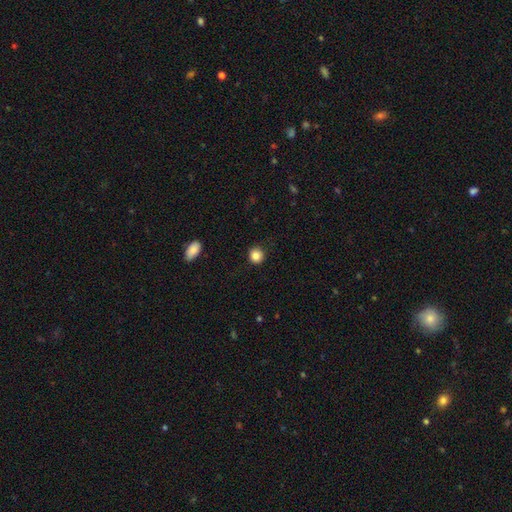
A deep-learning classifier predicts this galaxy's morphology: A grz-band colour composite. It shows a smooth galaxy with no disk features (86%) that is round (90%). Merging: none (88%).